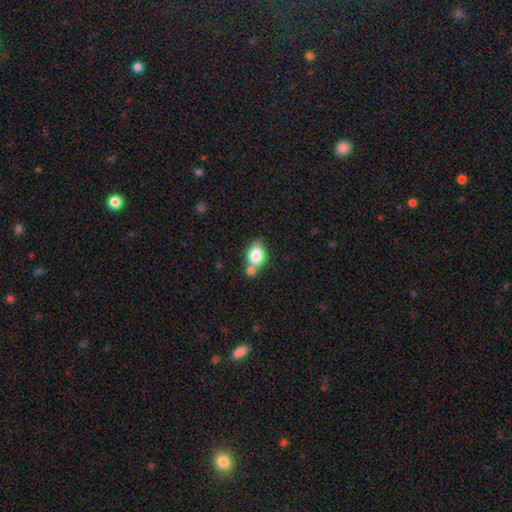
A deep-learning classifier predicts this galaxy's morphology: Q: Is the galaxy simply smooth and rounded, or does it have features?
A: smooth — 80%.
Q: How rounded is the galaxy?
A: in between — 77%.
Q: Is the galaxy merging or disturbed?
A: none — 48%.